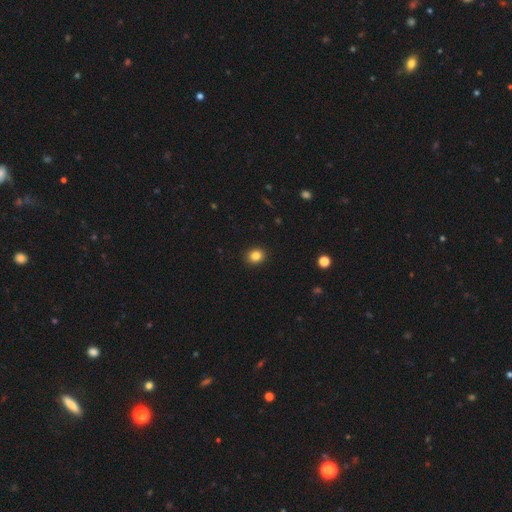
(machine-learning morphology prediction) This is clearly a smooth galaxy (84%). How rounded: likely round (70%). Merging: clearly none (92%).